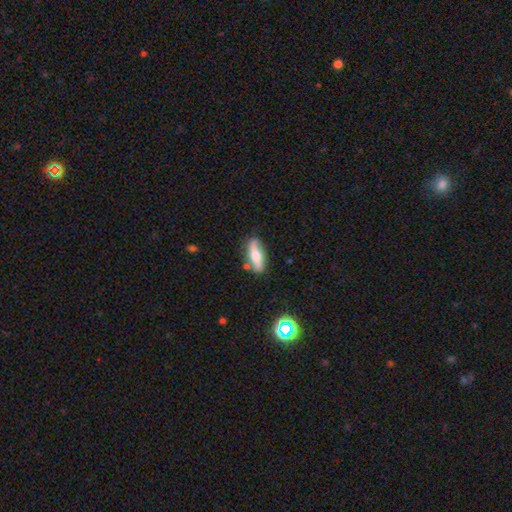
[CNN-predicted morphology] The model was most divided on "smooth or featured": smooth: 47%, featured or disk: 46%, star or artifact: 7%. More confident: merging — none (78%).